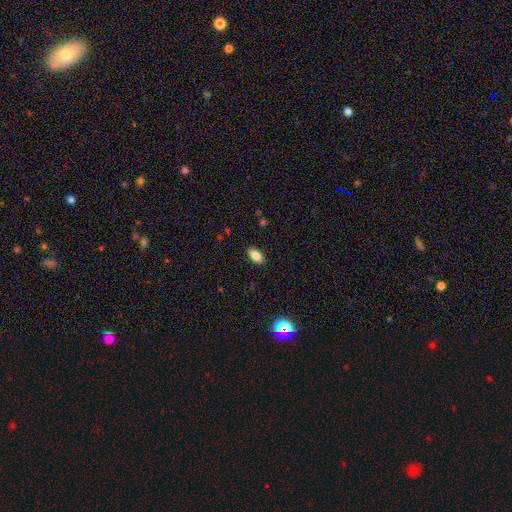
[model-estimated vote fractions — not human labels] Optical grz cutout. It shows a smooth galaxy with no disk features (83%) that is in between round and cigar-shaped (91%). Merging: none (89%).